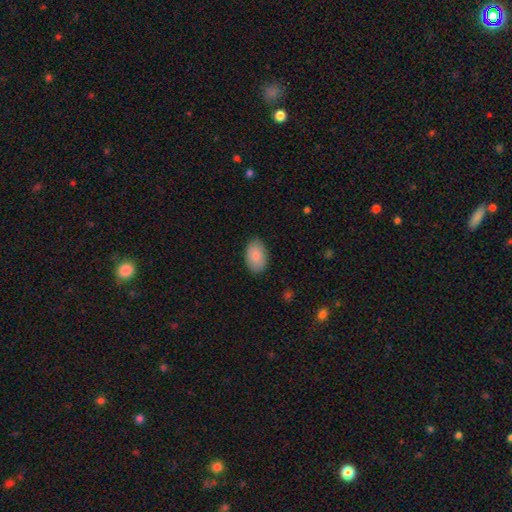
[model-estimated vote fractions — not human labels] A smooth galaxy with no disk features (85%) that is in between round and cigar-shaped (91%). Merging: none (85%).